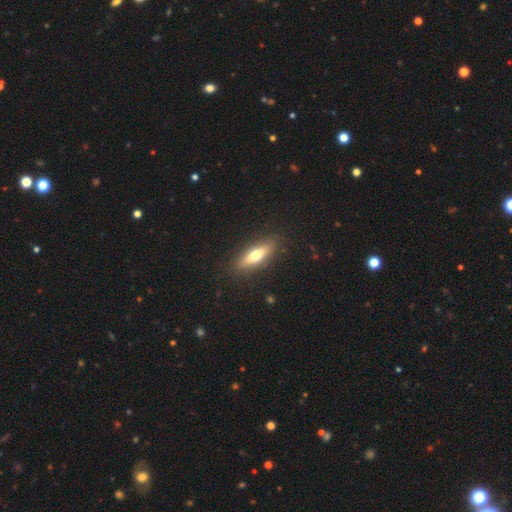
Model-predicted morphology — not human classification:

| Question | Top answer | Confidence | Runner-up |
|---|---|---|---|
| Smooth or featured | smooth | 54% | featured or disk (39%) |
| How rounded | cigar-shaped | 55% | in between (42%) |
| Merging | none | 88% | minor disturbance (8%) |